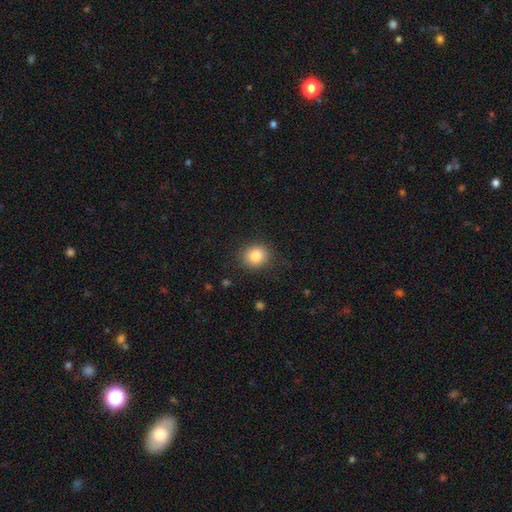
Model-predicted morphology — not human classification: smooth 84%, star or artifact 10%, featured or disk 6%. Down the decision tree: how rounded — round (76%); merging — none (87%).